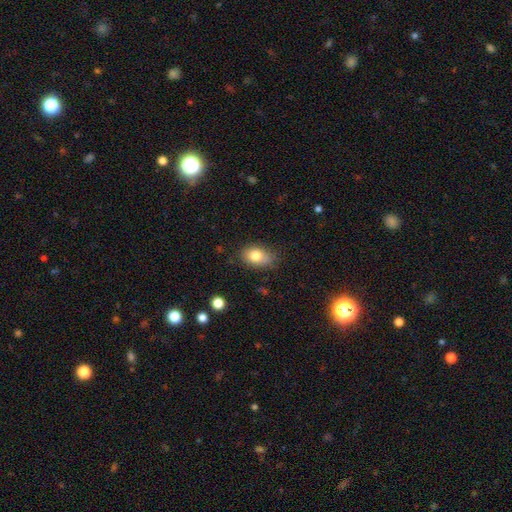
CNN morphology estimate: smooth_or_featured: smooth (p=0.80) [alt: featured or disk p=0.11]
how_rounded: in between (p=0.82) [alt: round p=0.16]
merging: none (p=0.73) [alt: minor disturbance p=0.21]